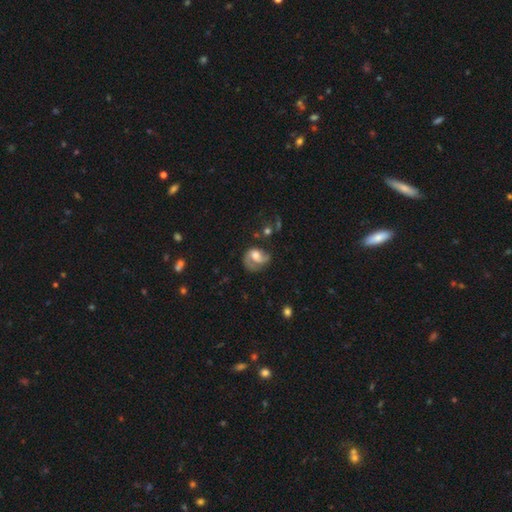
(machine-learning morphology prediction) A featured or disk galaxy (61%) with no bar (59%), spiral arms (83%) and a moderate central bulge (45%). Merging: none (43%).